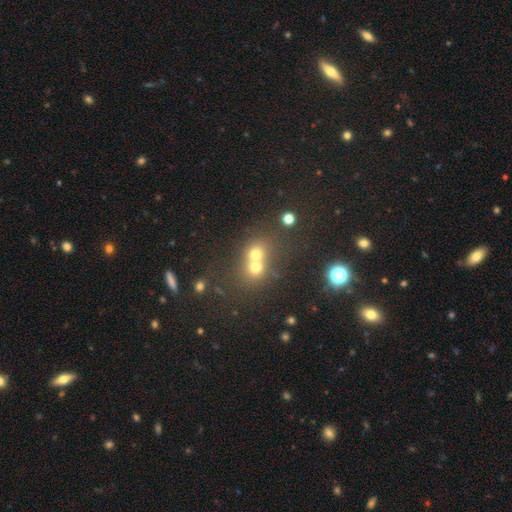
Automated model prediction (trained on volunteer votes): This appears to be a smooth galaxy with no disk features (60%) that is round (76%). Merging: merger (58%).